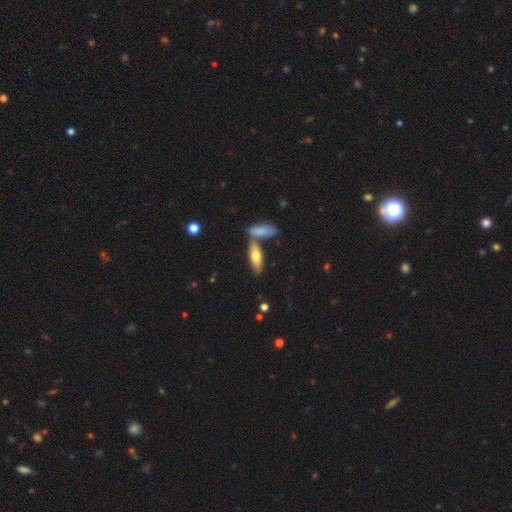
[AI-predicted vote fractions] Smooth or featured? Predicted: smooth (p=0.68). How rounded? Predicted: in between (p=0.58). Merging? Predicted: none (p=0.58).